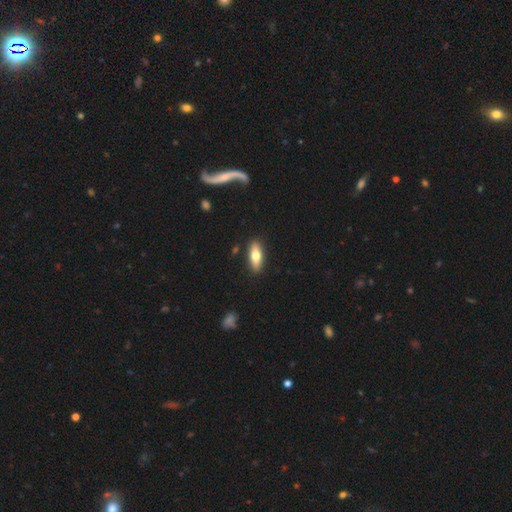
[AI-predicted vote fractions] The model was most divided on "how rounded": in between: 64%, cigar-shaped: 34%, round: 3%. More confident: merging — none (88%); smooth or featured — smooth (65%).